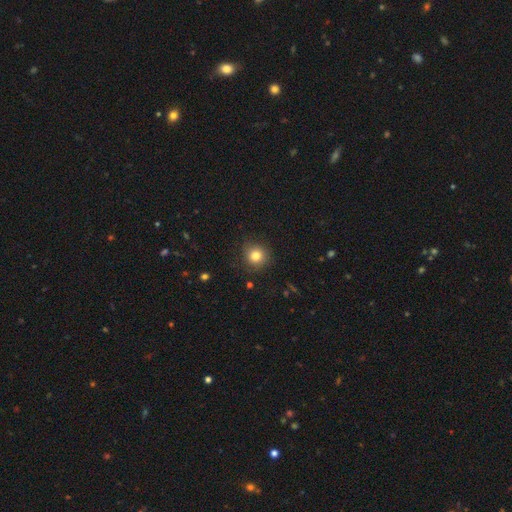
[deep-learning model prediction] Smooth or featured? Predicted: smooth (p=0.81). How rounded? Predicted: round (p=0.91). Merging? Predicted: none (p=0.85).